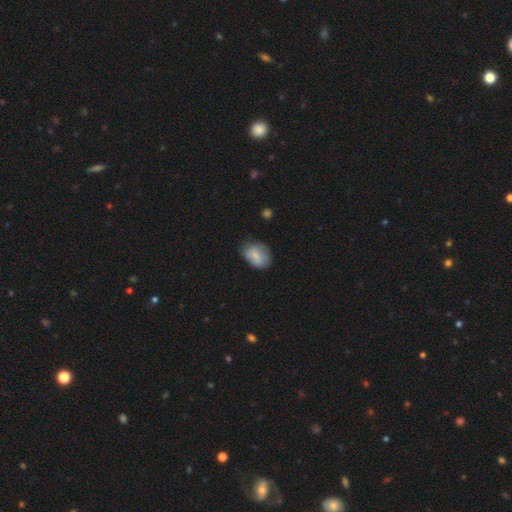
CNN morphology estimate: Smooth or featured? Predicted: smooth (p=0.75). How rounded? Predicted: in between (p=0.79). Merging? Predicted: none (p=0.62).